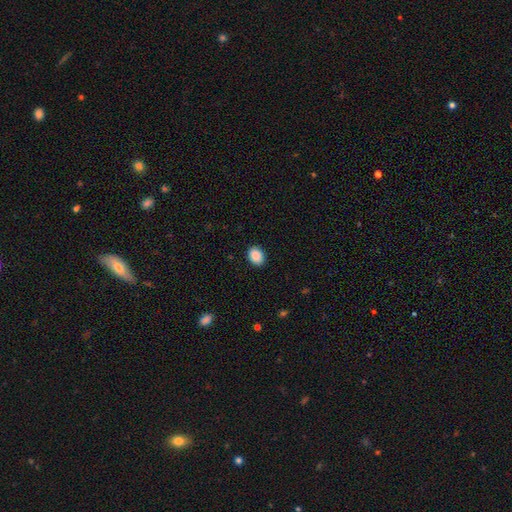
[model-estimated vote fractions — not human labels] Smooth or featured?
  - smooth: 90% *
  - star or artifact: 8%
  - featured or disk: 3%
How rounded?
  - in between: 65% *
  - round: 34%
  - cigar-shaped: 1%
Merging?
  - none: 90% *
  - minor disturbance: 7%
  - major disturbance: 2%
  - merger: 1%